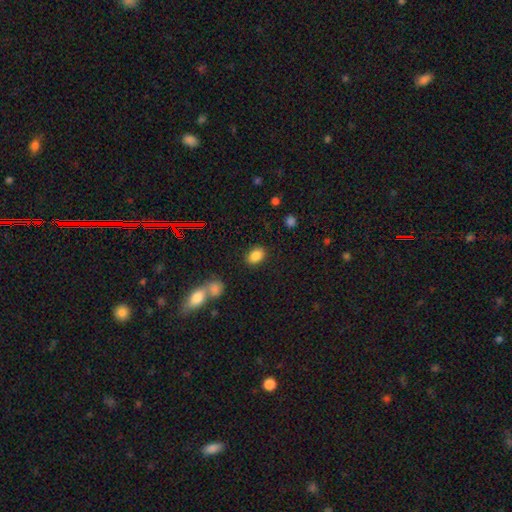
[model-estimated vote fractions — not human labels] The model was most divided on "how rounded": in between: 78%, round: 21%, cigar-shaped: 1%. More confident: smooth or featured — smooth (85%); merging — none (84%).